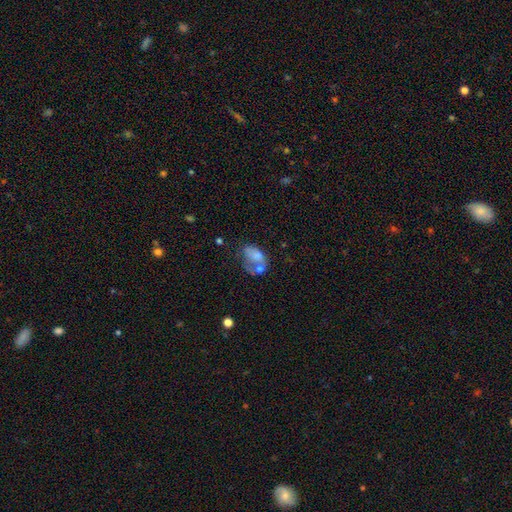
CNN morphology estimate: This is possibly a smooth galaxy (60%). How rounded: clearly in between (84%). Merging: marginally merger (35%).